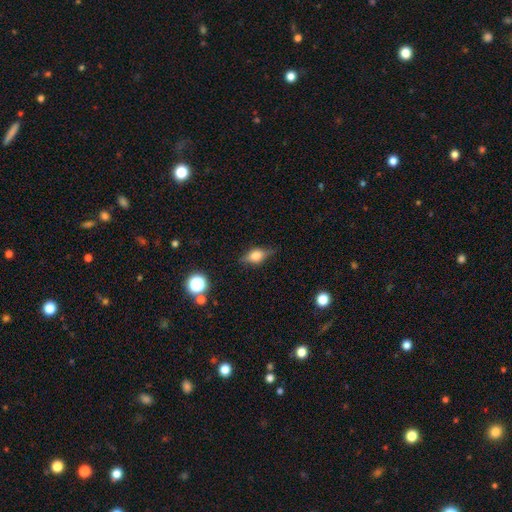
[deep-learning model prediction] smooth_or_featured: smooth (p=0.50) [alt: featured or disk p=0.39]
how_rounded: in between (p=0.67) [alt: round p=0.21]
merging: none (p=0.75) [alt: minor disturbance p=0.19]